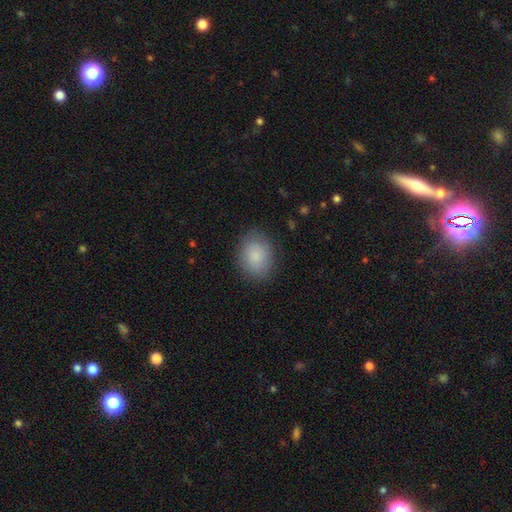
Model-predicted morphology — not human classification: Smooth or featured: smooth — 85% (featured or disk — 8%)
How rounded: in between — 60% (round — 39%)
Merging: none — 84% (minor disturbance — 12%)